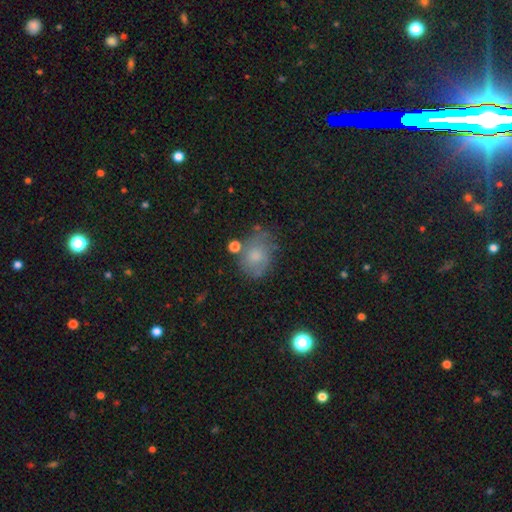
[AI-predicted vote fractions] Smooth or featured?
  - smooth: 61% *
  - featured or disk: 27%
  - star or artifact: 11%
How rounded?
  - in between: 62% *
  - round: 37%
  - cigar-shaped: 1%
Merging?
  - none: 56% *
  - minor disturbance: 27%
  - major disturbance: 11%
  - merger: 6%